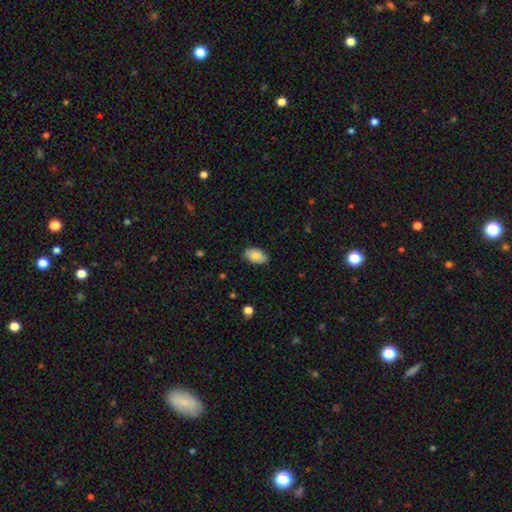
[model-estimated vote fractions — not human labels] smooth 81%, featured or disk 12%, star or artifact 7%. Down the decision tree: how rounded — in between (94%); merging — none (85%).